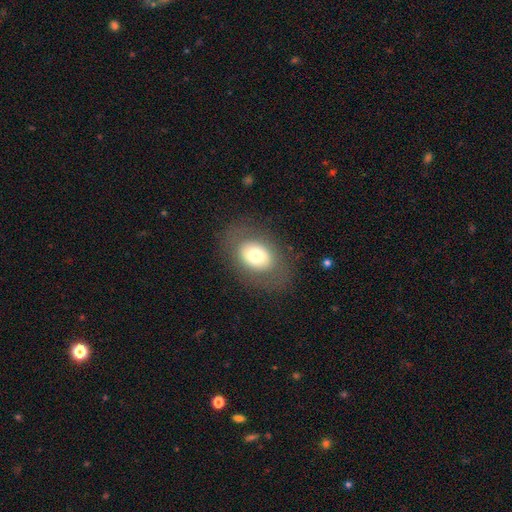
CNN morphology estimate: Smooth or featured? Predicted: smooth (p=0.65). How rounded? Predicted: in between (p=0.71). Merging? Predicted: none (p=0.79).